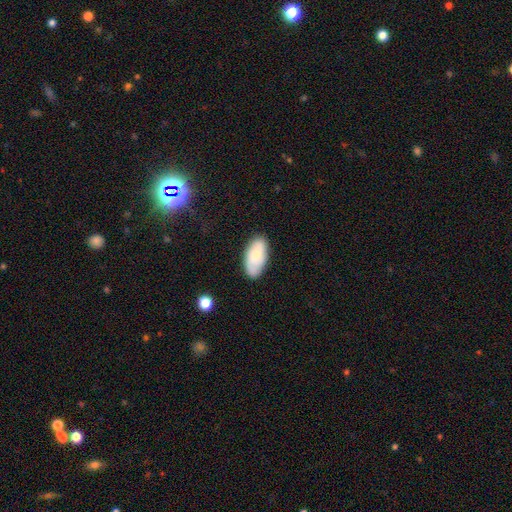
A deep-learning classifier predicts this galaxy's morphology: smooth_or_featured: smooth (p=0.69) [alt: featured or disk p=0.24]
how_rounded: in between (p=0.93) [alt: cigar-shaped p=0.04]
merging: none (p=0.82) [alt: minor disturbance p=0.14]